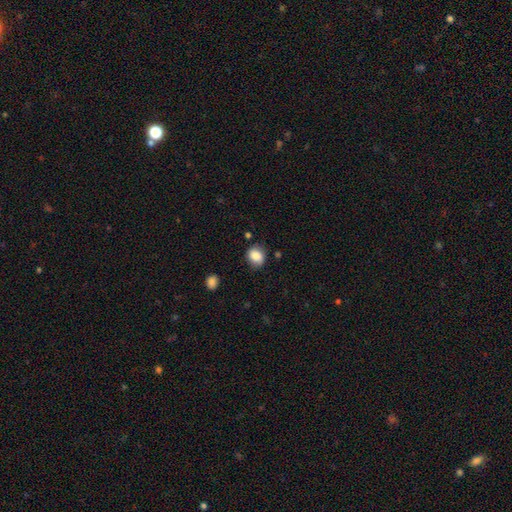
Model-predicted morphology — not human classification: Smooth or featured: smooth — 83% (star or artifact — 9%)
How rounded: round — 62% (in between — 37%)
Merging: none — 78% (minor disturbance — 16%)